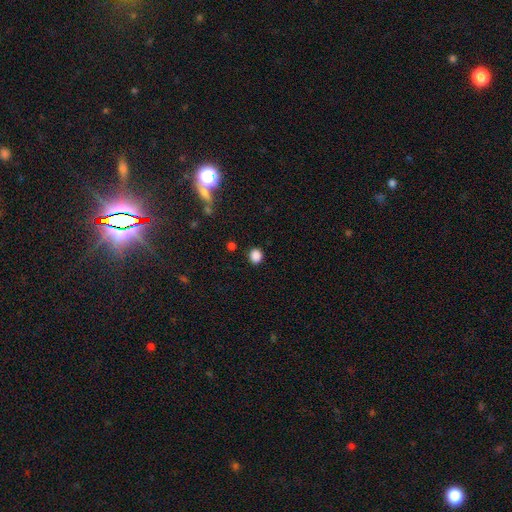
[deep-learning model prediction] Smooth or featured?
  - smooth: 86% *
  - star or artifact: 11%
  - featured or disk: 3%
How rounded?
  - round: 75% *
  - in between: 24%
  - cigar-shaped: 1%
Merging?
  - none: 88% *
  - minor disturbance: 8%
  - major disturbance: 3%
  - merger: 2%